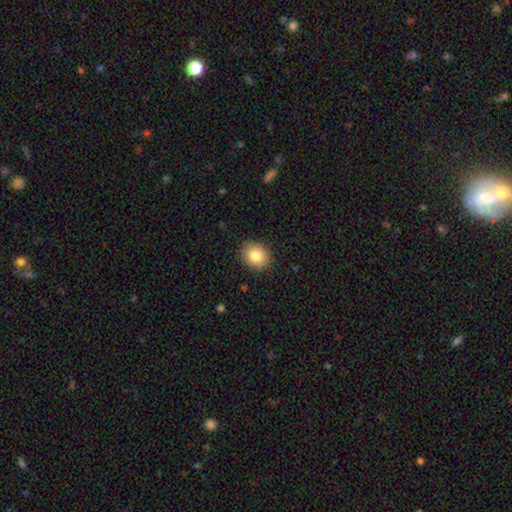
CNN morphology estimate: Smooth or featured? smooth (83%)
How rounded? round (63%)
Merging? none (90%)